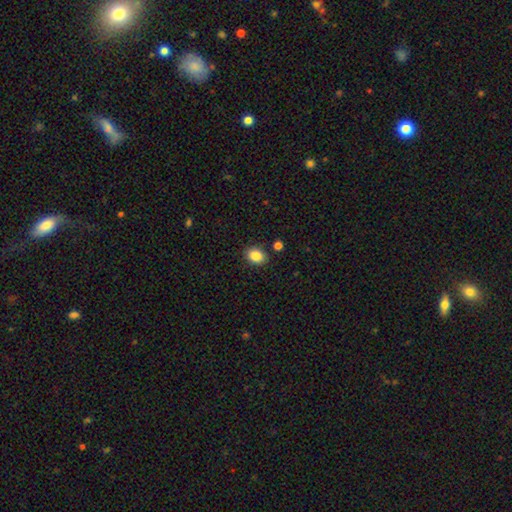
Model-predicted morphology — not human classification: smooth 87%, star or artifact 9%, featured or disk 5%. Down the decision tree: how rounded — in between (63%); merging — none (84%).